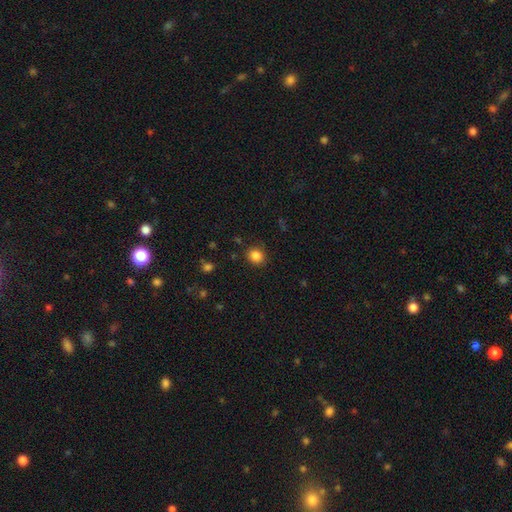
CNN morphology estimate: smooth_or_featured: smooth (p=0.85) [alt: star or artifact p=0.11]
how_rounded: round (p=0.81) [alt: in between p=0.18]
merging: none (p=0.87) [alt: minor disturbance p=0.09]